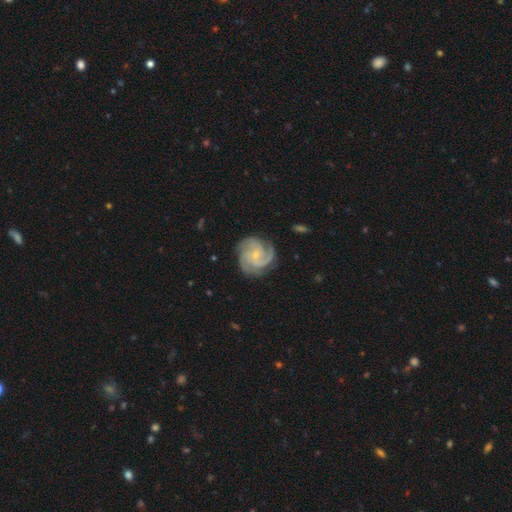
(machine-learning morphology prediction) smooth_or_featured: featured or disk (p=0.89) [alt: smooth p=0.07]
disk_edge_on: no (p=0.98) [alt: yes p=0.02]
bar: no (p=0.68) [alt: weak p=0.27]
has_spiral_arms: yes (p=0.98) [alt: no p=0.02]
spiral_winding: tight (p=0.50) [alt: medium p=0.42]
spiral_arm_count: 3 (p=0.58) [alt: 4 p=0.13]
bulge_size: small (p=0.77) [alt: moderate p=0.16]
merging: none (p=0.77) [alt: minor disturbance p=0.16]